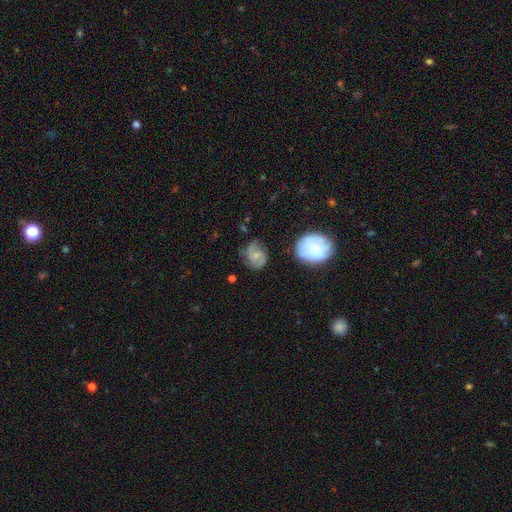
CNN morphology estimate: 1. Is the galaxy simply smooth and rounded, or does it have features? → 56% featured or disk, 36% smooth, 8% star or artifact.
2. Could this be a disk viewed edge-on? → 97% no, 3% yes.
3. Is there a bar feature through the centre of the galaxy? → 58% no, 36% weak, 6% strong.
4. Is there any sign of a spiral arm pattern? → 88% yes, 12% no.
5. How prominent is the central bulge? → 55% small, 29% moderate, 12% none, 2% large, 1% dominant.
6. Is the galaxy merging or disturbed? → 59% none, 26% minor disturbance, 12% major disturbance, 4% merger.